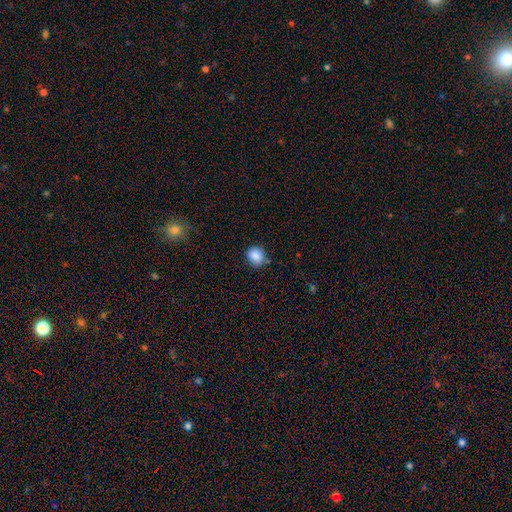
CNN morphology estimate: Smooth or featured? Predicted: smooth (p=0.86). How rounded? Predicted: round (p=0.74). Merging? Predicted: none (p=0.75).